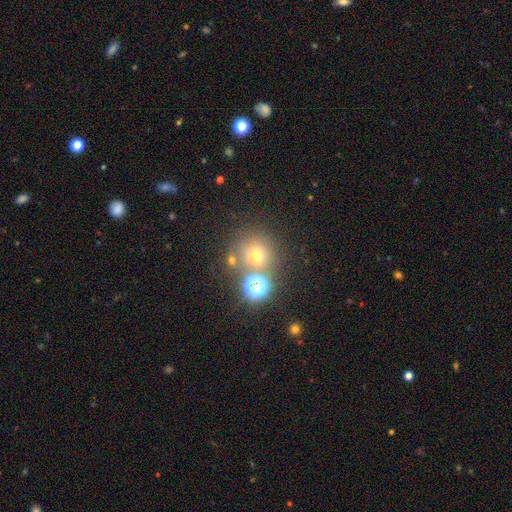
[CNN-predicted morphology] This is possibly a smooth galaxy (58%). How rounded: clearly round (88%). Merging: likely none (65%).